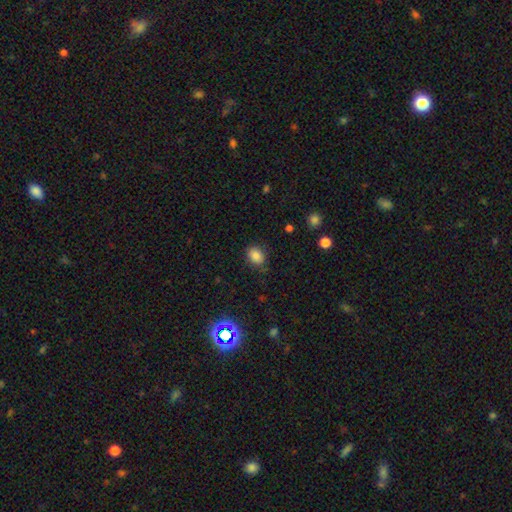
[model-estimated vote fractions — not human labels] A smooth galaxy with no disk features (84%) that is in between round and cigar-shaped (59%). Merging: none (79%).